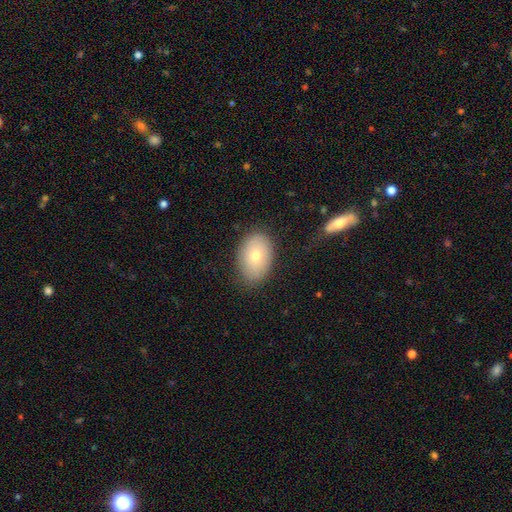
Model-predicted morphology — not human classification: type=smooth (72%); roundness=in between (85%); merging=none (77%).